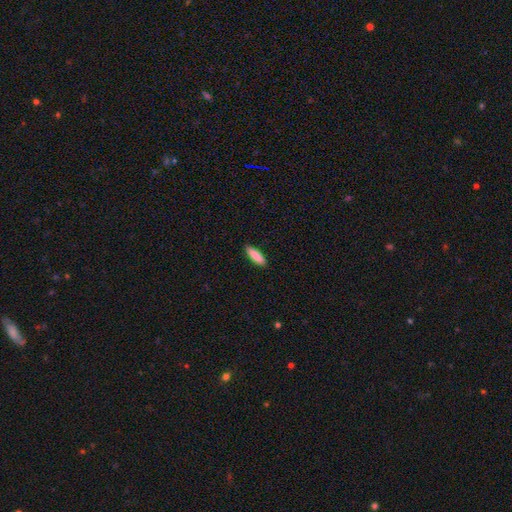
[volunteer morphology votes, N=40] type=smooth (98%); roundness=in between (51%); merging=none (100%).